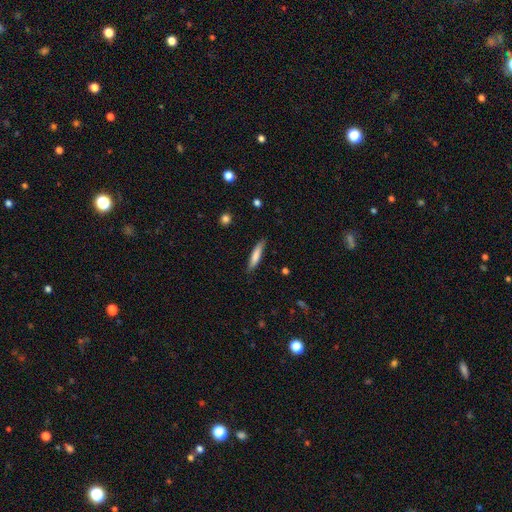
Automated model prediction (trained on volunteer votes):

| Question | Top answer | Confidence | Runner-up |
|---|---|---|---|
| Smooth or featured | smooth | 77% | featured or disk (18%) |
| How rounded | cigar-shaped | 86% | in between (13%) |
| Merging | none | 85% | minor disturbance (11%) |